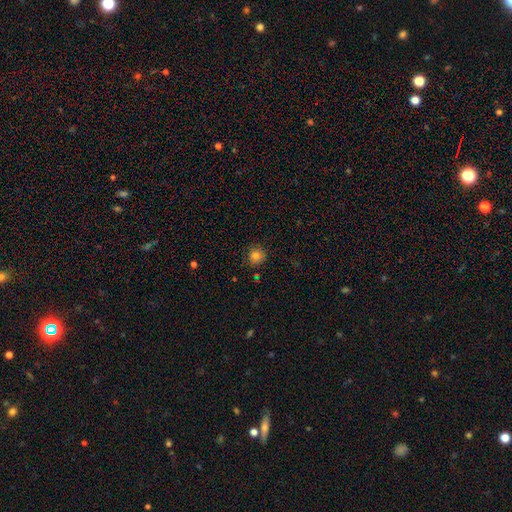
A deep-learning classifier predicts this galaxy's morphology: Overall: smooth (81%). How rounded: round (91%). Merging: none (86%).